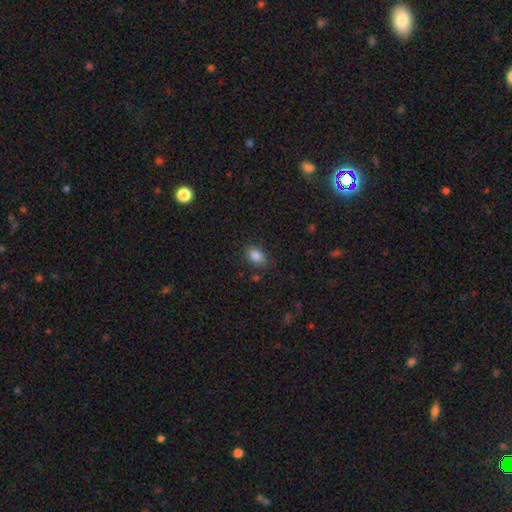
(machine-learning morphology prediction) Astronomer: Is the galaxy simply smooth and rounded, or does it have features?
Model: smooth — 85%.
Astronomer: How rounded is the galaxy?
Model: in between — 78%.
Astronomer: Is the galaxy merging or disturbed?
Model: none — 82%.